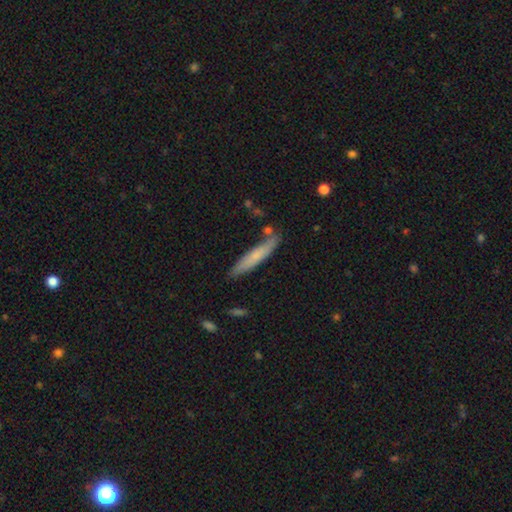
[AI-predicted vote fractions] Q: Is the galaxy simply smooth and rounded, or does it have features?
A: smooth — 64%.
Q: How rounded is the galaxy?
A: cigar-shaped — 92%.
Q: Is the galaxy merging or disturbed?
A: none — 79%.